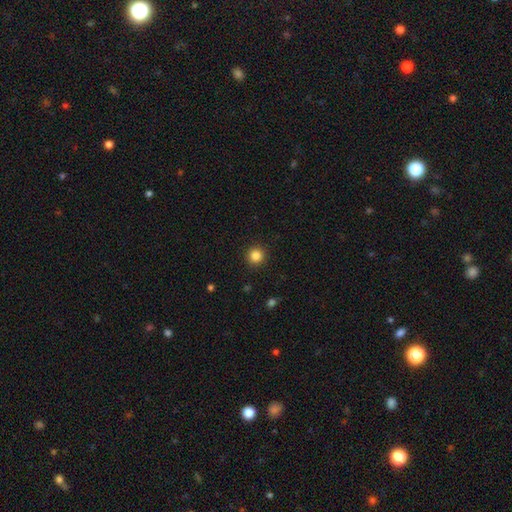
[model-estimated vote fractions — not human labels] smooth 85%, star or artifact 11%, featured or disk 4%. Down the decision tree: how rounded — round (95%); merging — none (92%).